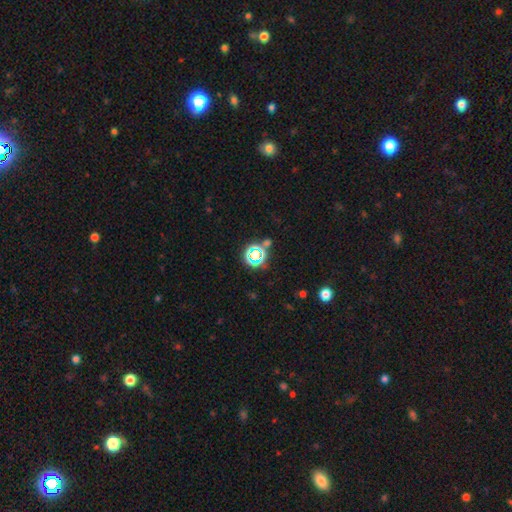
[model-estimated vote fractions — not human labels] Smooth or featured?
  - star or artifact: 66% *
  - smooth: 25%
  - featured or disk: 9%